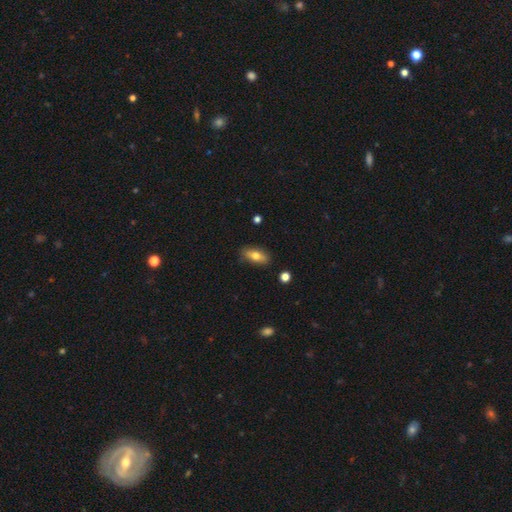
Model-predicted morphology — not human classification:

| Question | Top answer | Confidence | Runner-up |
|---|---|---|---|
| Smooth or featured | smooth | 71% | featured or disk (21%) |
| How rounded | in between | 77% | cigar-shaped (19%) |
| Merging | none | 84% | minor disturbance (12%) |